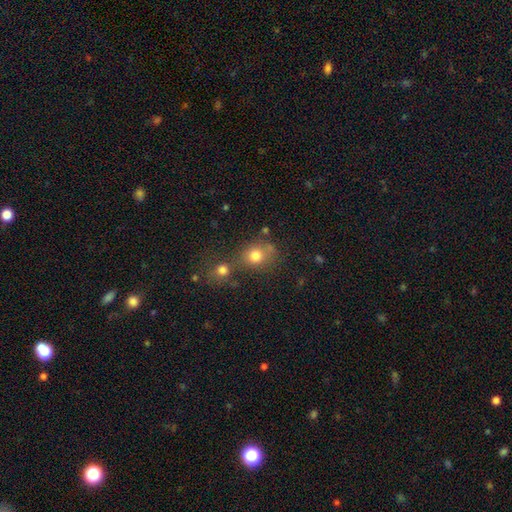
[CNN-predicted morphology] type=smooth (77%); roundness=round (69%); merging=none (47%).